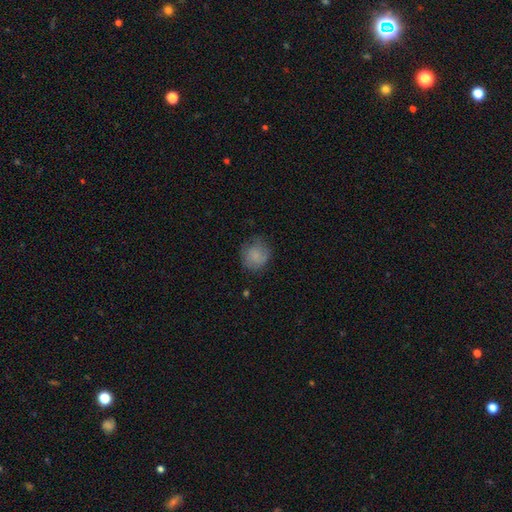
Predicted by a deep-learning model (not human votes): Smooth or featured? smooth (77%)
How rounded? round (85%)
Merging? none (66%)